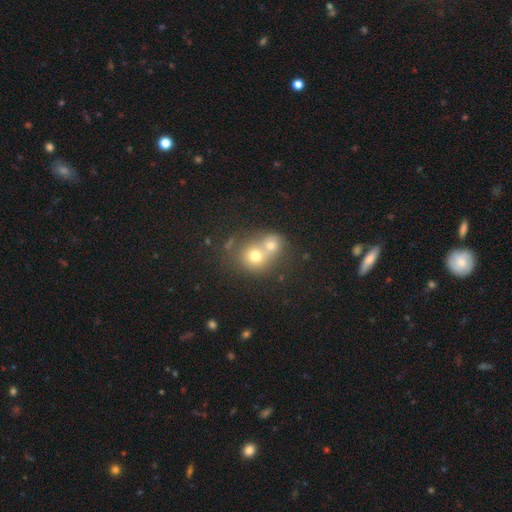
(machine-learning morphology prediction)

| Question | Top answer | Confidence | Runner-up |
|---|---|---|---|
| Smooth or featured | smooth | 66% | featured or disk (20%) |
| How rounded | round | 77% | in between (22%) |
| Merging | merger | 64% | none (27%) |